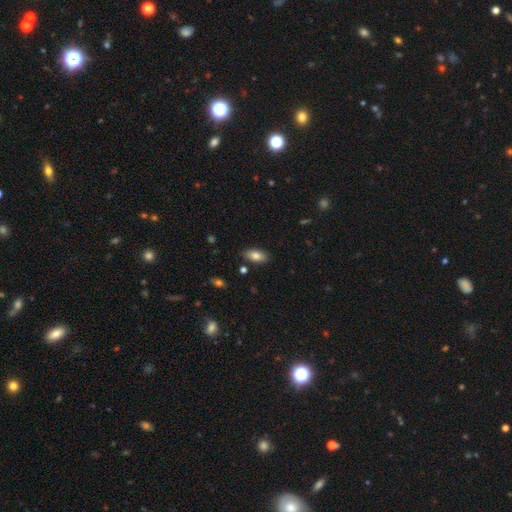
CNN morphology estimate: A smooth galaxy with no disk features (83%) that is in between round and cigar-shaped (91%). Merging: none (86%).